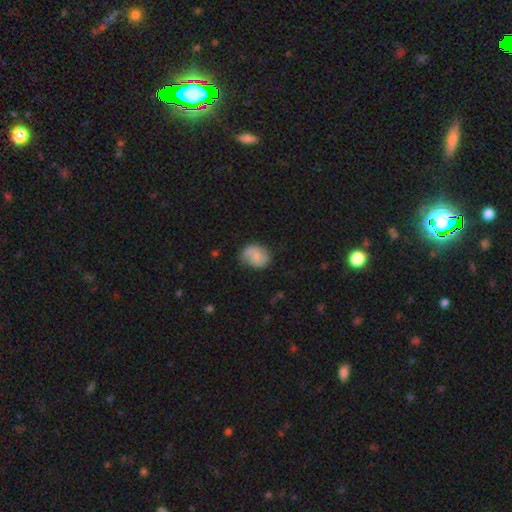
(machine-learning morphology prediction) This appears to be a featured or disk galaxy (47%). Merging: none (69%).